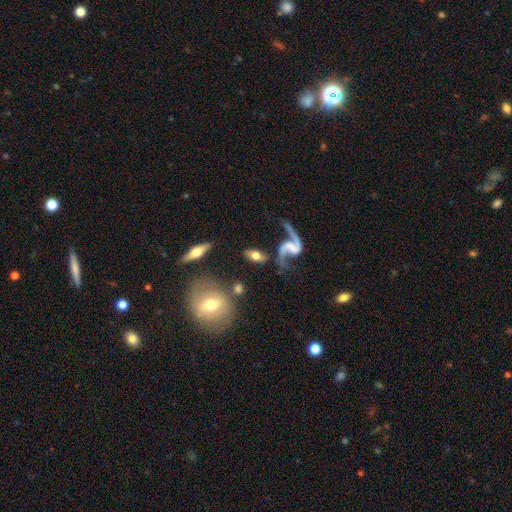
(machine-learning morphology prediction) featured or disk 48%, smooth 44%, star or artifact 8%. Down the decision tree: merging — none (63%).